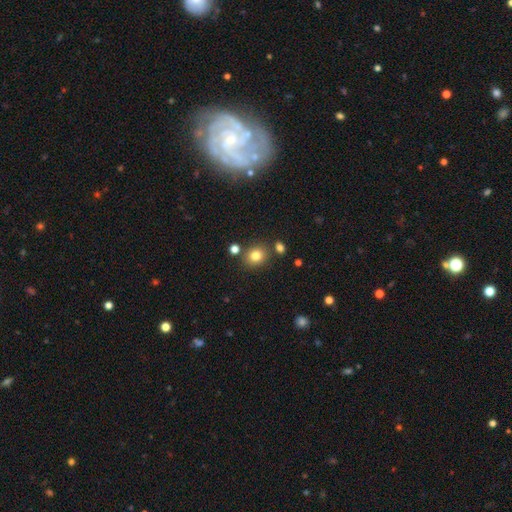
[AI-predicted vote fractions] Smooth or featured: smooth — 80% (star or artifact — 13%)
How rounded: round — 74% (in between — 25%)
Merging: none — 79% (minor disturbance — 10%)